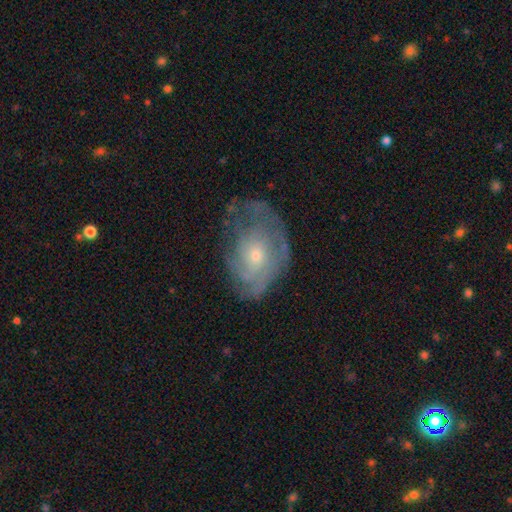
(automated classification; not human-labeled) Q: Smooth or featured?
A: featured or disk (69%); runner-up: smooth (23%)
Q: Edge-on disk?
A: no (95%); runner-up: yes (5%)
Q: Bar?
A: no (80%); runner-up: weak (17%)
Q: Spiral arms?
A: yes (74%); runner-up: no (26%)
Q: Bulge size?
A: small (63%); runner-up: moderate (34%)
Q: Merging?
A: none (52%); runner-up: minor disturbance (27%)